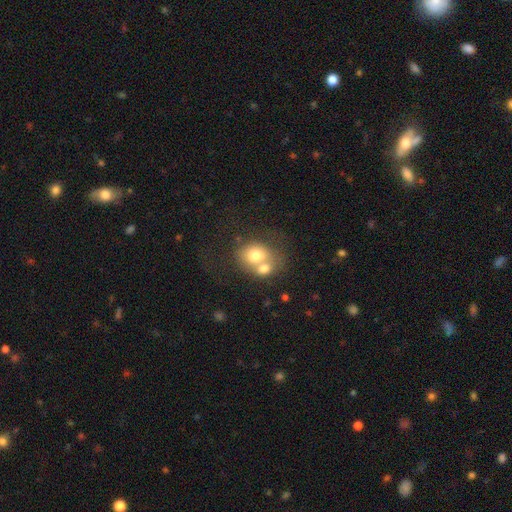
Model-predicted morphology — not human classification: smooth-or-featured: smooth: 70% | featured or disk: 20% | star or artifact: 9%
  how-rounded: round: 58% | in between: 41% | cigar-shaped: 1%
  merging: merger: 57% | none: 29% | minor disturbance: 9% | major disturbance: 5%